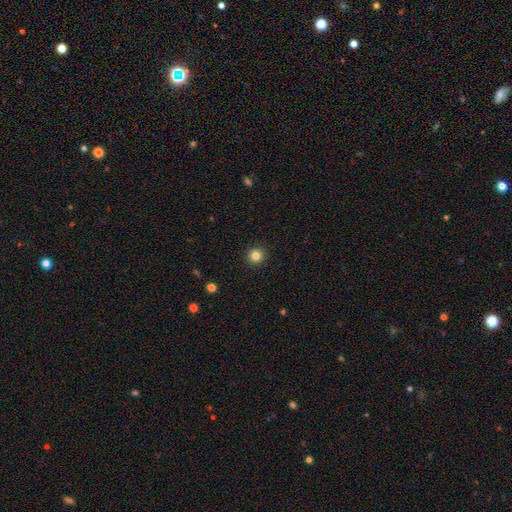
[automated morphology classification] Smooth or featured? Predicted: smooth (p=0.82). How rounded? Predicted: round (p=0.93). Merging? Predicted: none (p=0.93).